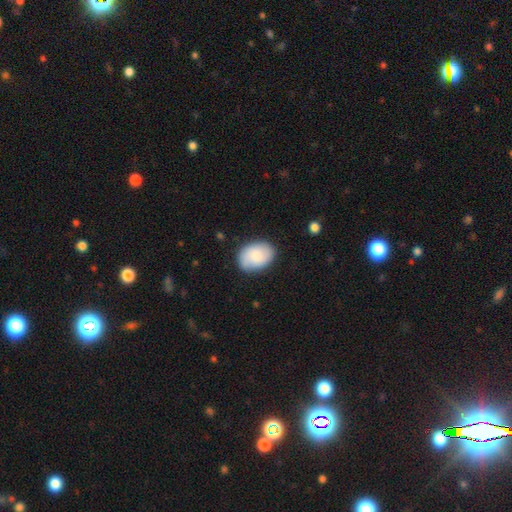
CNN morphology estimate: Smooth or featured: smooth — 76% (featured or disk — 18%)
How rounded: in between — 77% (round — 22%)
Merging: none — 81% (minor disturbance — 14%)